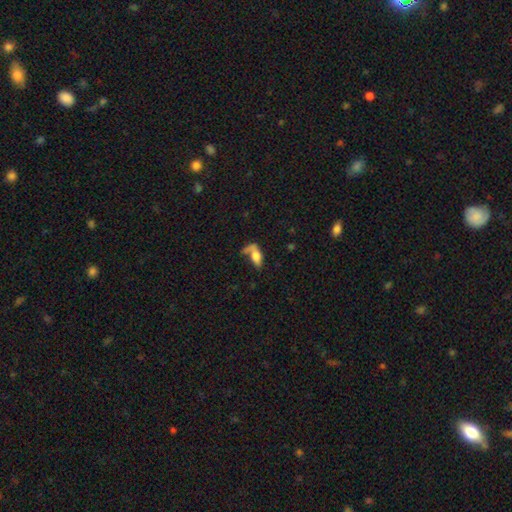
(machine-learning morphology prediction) smooth-or-featured: smooth: 68% | featured or disk: 23% | star or artifact: 9%
  how-rounded: in between: 78% | cigar-shaped: 16% | round: 6%
  merging: none: 33% | merger: 27% | major disturbance: 23% | minor disturbance: 17%